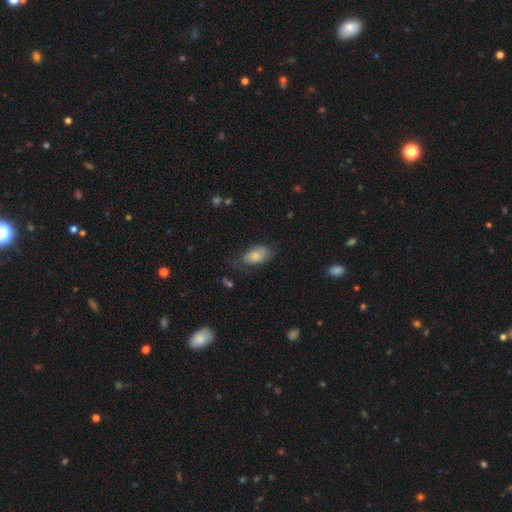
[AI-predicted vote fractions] Smooth or featured: smooth — 72% (featured or disk — 21%)
How rounded: in between — 92% (round — 5%)
Merging: none — 54% (minor disturbance — 31%)